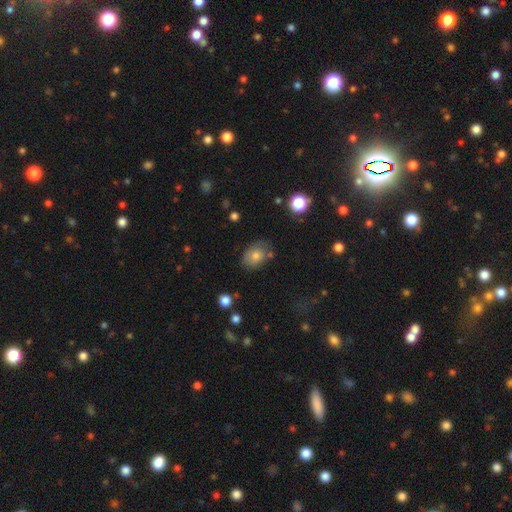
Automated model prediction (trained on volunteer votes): Morphology: type=smooth (70%); roundness=in between (71%); merging=none (66%).